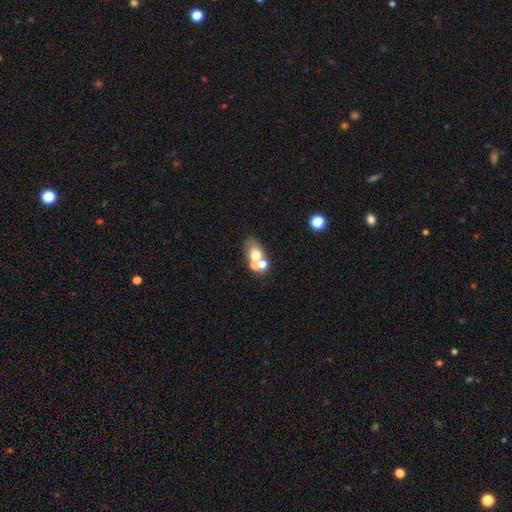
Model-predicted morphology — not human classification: This appears to be a smooth galaxy with no disk features (57%) that is in between round and cigar-shaped (64%). Merging: merger (49%).